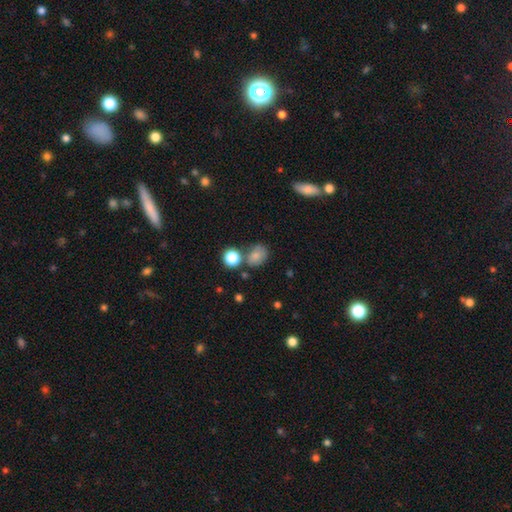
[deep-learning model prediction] A smooth galaxy with no disk features (77%) that is in between round and cigar-shaped (58%).

Vote fractions:
- Smooth or featured? smooth: 77% / star or artifact: 13% / featured or disk: 10%
- How rounded? in between: 58% / round: 40% / cigar-shaped: 1%
- Merging? none: 55% / minor disturbance: 21% / merger: 17% / major disturbance: 8%